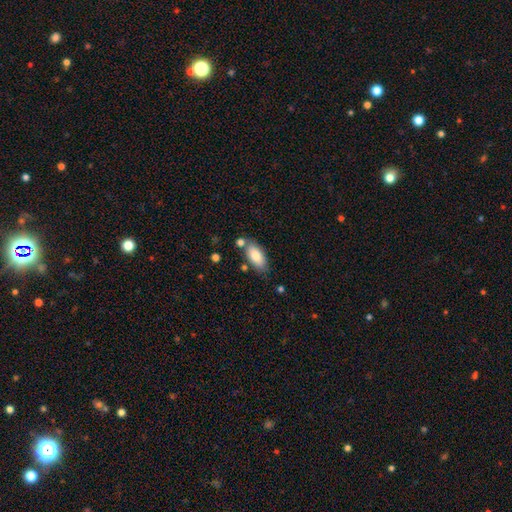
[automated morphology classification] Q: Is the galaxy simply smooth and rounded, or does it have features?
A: smooth — 81%.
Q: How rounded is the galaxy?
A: in between — 90%.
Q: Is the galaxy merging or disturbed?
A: none — 70%.